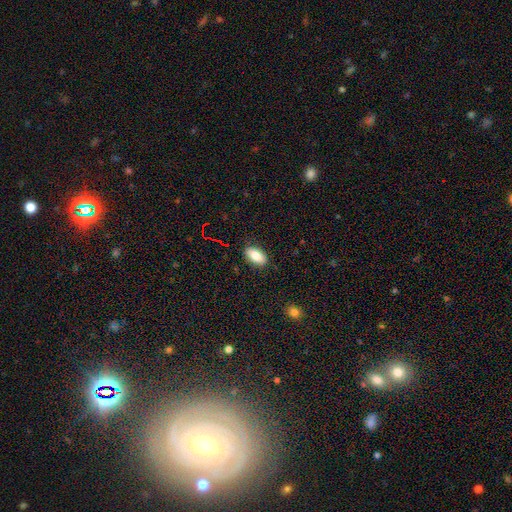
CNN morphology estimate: Smooth or featured: smooth — 82% (featured or disk — 10%)
How rounded: in between — 92% (cigar-shaped — 5%)
Merging: none — 87% (minor disturbance — 9%)